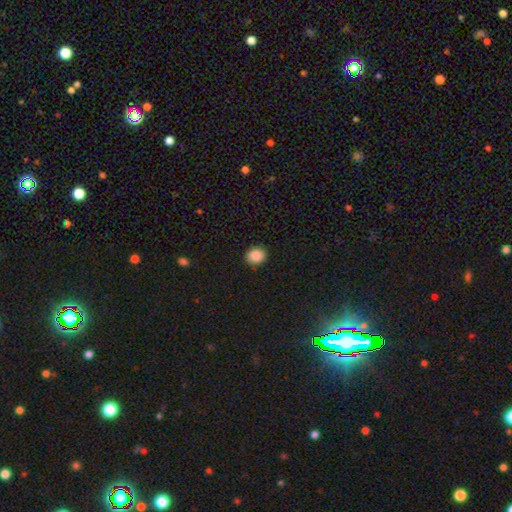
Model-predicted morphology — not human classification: Smooth or featured?
  - smooth: 88% *
  - star or artifact: 9%
  - featured or disk: 3%
How rounded?
  - round: 67% *
  - in between: 32%
  - cigar-shaped: 1%
Merging?
  - none: 88% *
  - minor disturbance: 9%
  - major disturbance: 2%
  - merger: 1%